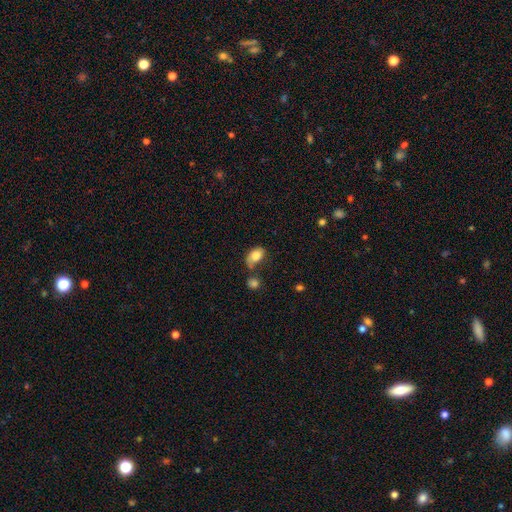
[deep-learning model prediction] A smooth galaxy with no disk features (79%) that is in between round and cigar-shaped (84%).

Vote fractions:
- Smooth or featured? smooth: 79% / featured or disk: 13% / star or artifact: 8%
- How rounded? in between: 84% / round: 14% / cigar-shaped: 2%
- Merging? none: 35% / minor disturbance: 24% / merger: 24% / major disturbance: 18%